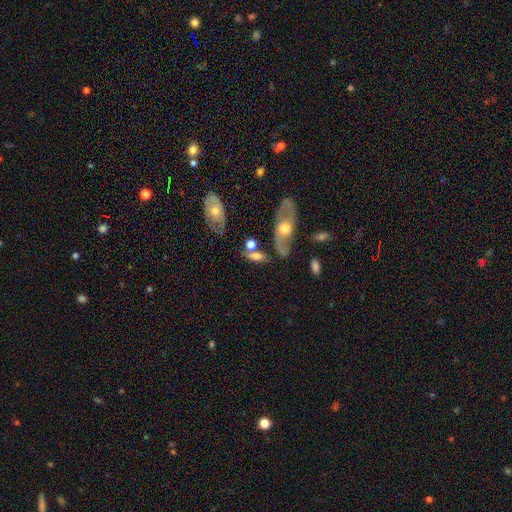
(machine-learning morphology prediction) type=smooth (59%); roundness=in between (68%); merging=none (58%).